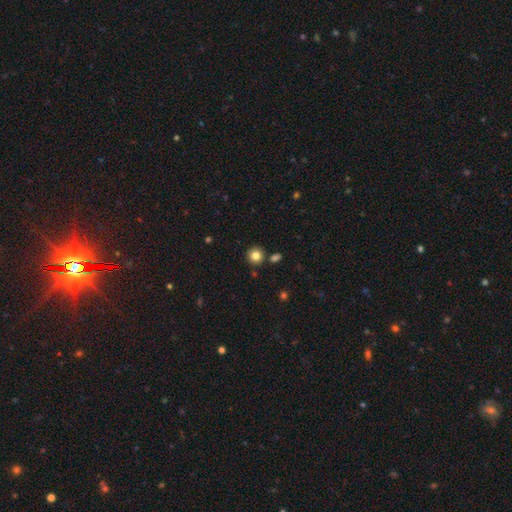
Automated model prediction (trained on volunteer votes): This appears to be a smooth galaxy with no disk features (82%) that is round (92%). Merging: none (87%).